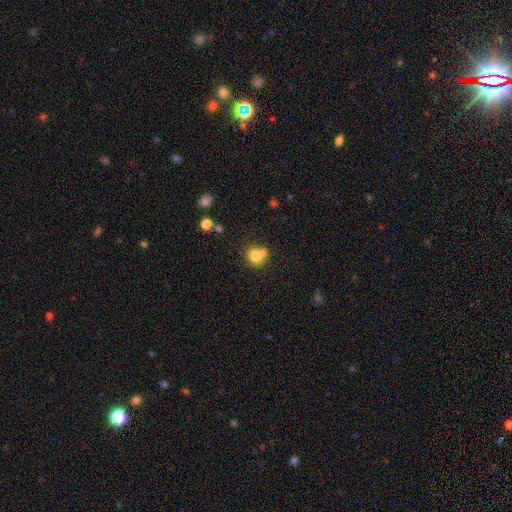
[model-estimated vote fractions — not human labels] Smooth or featured?
  - smooth: 75% *
  - featured or disk: 13%
  - star or artifact: 12%
How rounded?
  - round: 73% *
  - in between: 26%
  - cigar-shaped: 1%
Merging?
  - none: 44% *
  - merger: 43%
  - minor disturbance: 9%
  - major disturbance: 4%